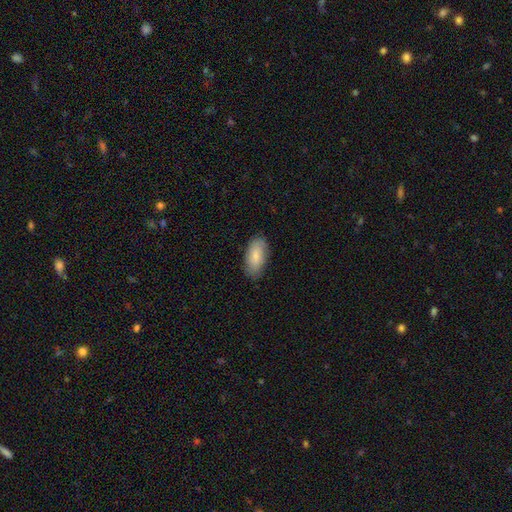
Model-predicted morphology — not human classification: Smooth or featured? Predicted: smooth (p=0.83). How rounded? Predicted: in between (p=0.92). Merging? Predicted: none (p=0.83).